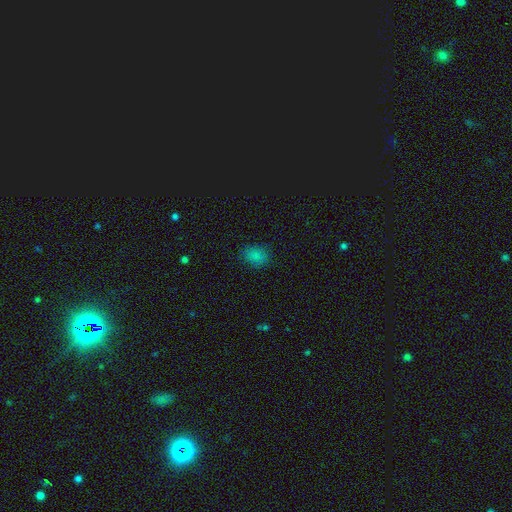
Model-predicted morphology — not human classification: Smooth or featured?
  - smooth: 81% *
  - star or artifact: 15%
  - featured or disk: 5%
How rounded?
  - in between: 59% *
  - round: 40%
  - cigar-shaped: 1%
Merging?
  - none: 82% *
  - minor disturbance: 13%
  - major disturbance: 3%
  - merger: 1%